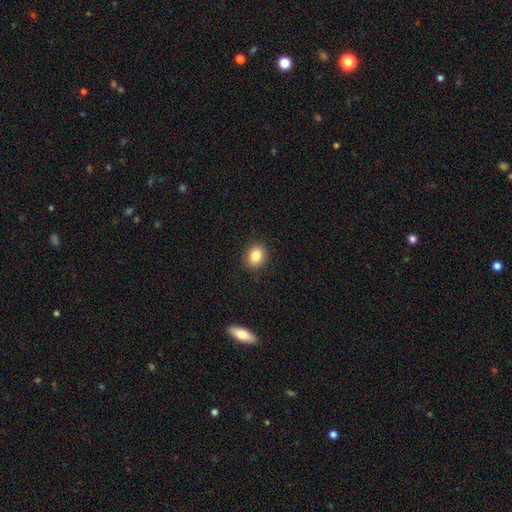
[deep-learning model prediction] smooth-or-featured: smooth: 84% | star or artifact: 10% | featured or disk: 7%
  how-rounded: round: 65% | in between: 34% | cigar-shaped: 1%
  merging: none: 90% | minor disturbance: 7% | major disturbance: 2% | merger: 1%